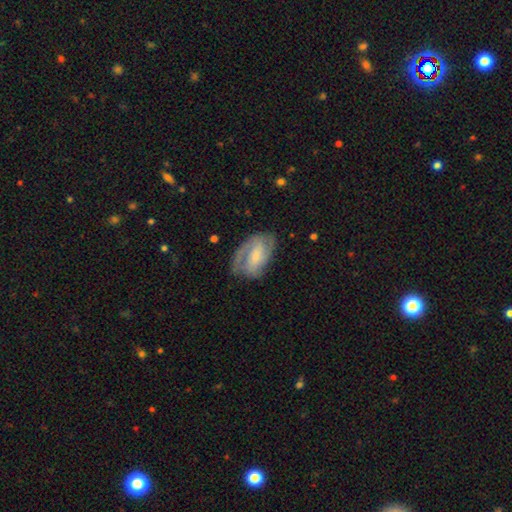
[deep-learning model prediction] A featured or disk galaxy (71%) with a weak bar (43%), 2 (59%) medium (44%) spiral arms (89%) and a small central bulge (60%).

Vote fractions:
- Smooth or featured? featured or disk: 71% / smooth: 23% / star or artifact: 6%
- Edge-on disk? no: 96% / yes: 4%
- Bar? weak: 43% / no: 35% / strong: 22%
- Spiral arms? yes: 89% / no: 11%
- Spiral winding? medium: 44% / tight: 39% / loose: 17%
- Spiral arm count? 2: 59% / can't tell: 18% / 1: 11% / 3: 9% / 4: 2% / more than 4: 2%
- Bulge size? small: 60% / moderate: 28% / none: 8% / large: 3% / dominant: 1%
- Merging? none: 64% / minor disturbance: 22% / major disturbance: 12% / merger: 2%